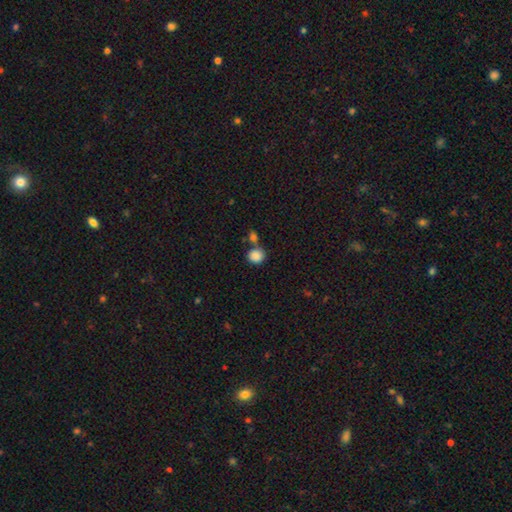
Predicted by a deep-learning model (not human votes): The model was most divided on "merging": none: 57%, merger: 27%, minor disturbance: 11%, major disturbance: 4%. More confident: smooth or featured — smooth (87%); how rounded — round (78%).